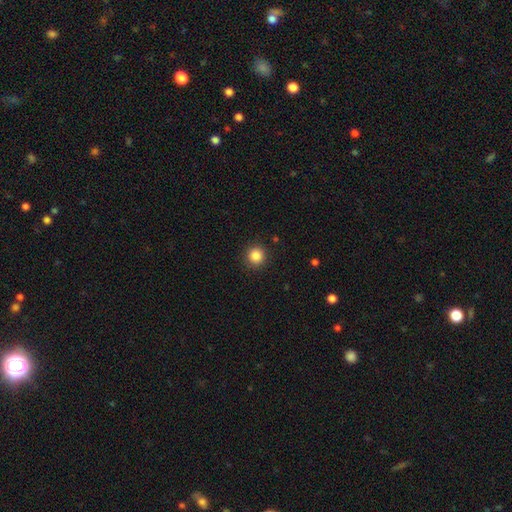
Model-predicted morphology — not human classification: type=smooth (85%); roundness=round (94%); merging=none (92%).